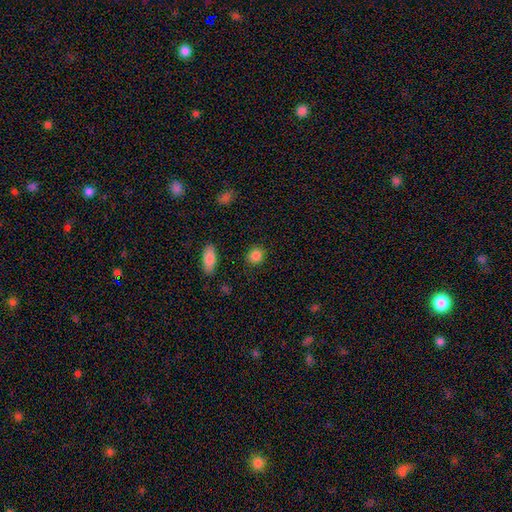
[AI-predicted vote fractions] This appears to be a smooth galaxy with no disk features (86%) that is round (81%). Merging: none (89%).